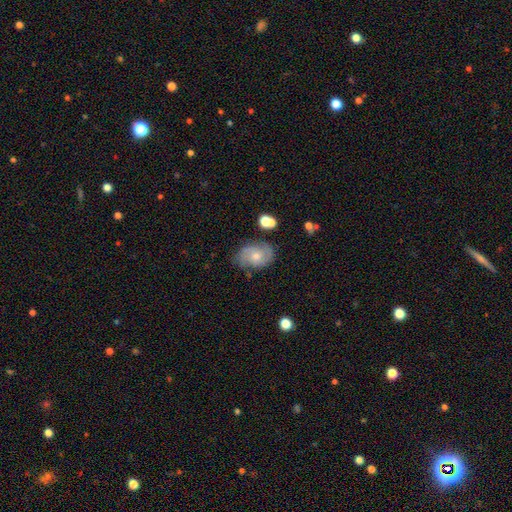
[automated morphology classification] smooth_or_featured: featured or disk (p=0.53) [alt: smooth p=0.39]
disk_edge_on: no (p=0.96) [alt: yes p=0.04]
bar: no (p=0.75) [alt: weak p=0.22]
has_spiral_arms: yes (p=0.79) [alt: no p=0.21]
bulge_size: moderate (p=0.53) [alt: small p=0.41]
merging: none (p=0.63) [alt: minor disturbance p=0.25]